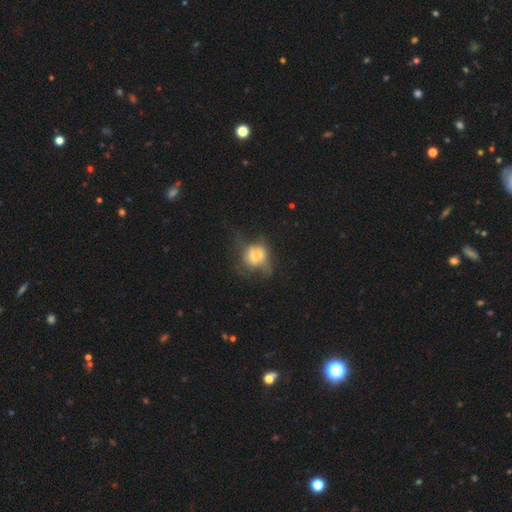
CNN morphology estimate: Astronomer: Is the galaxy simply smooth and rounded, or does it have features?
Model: smooth — 47% (runner-up: featured or disk, 40%).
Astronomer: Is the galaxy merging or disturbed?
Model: major disturbance — 38% (runner-up: none, 27%).